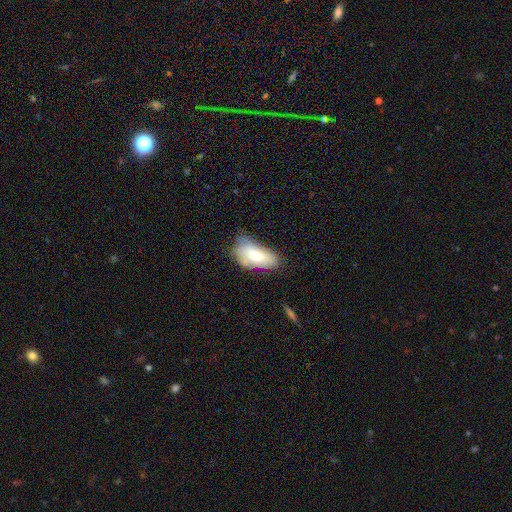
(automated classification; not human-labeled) Overall: smooth (71%). How rounded: in between (91%). Merging: none (51%; minor disturbance 35%).